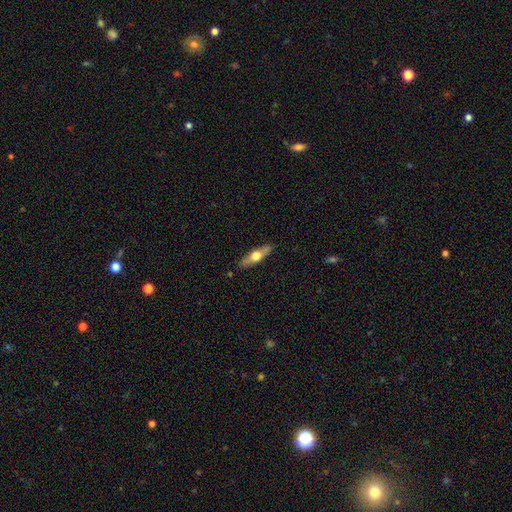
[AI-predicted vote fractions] A featured or disk galaxy (50%). Merging: none (88%).